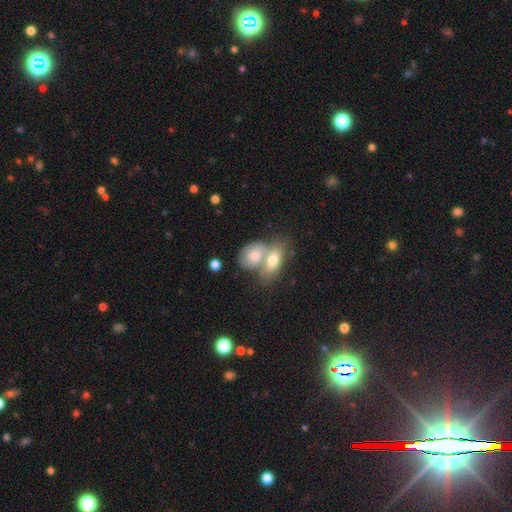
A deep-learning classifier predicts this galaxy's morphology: Smooth or featured? smooth (54%)
How rounded? in between (66%)
Merging? merger (62%)